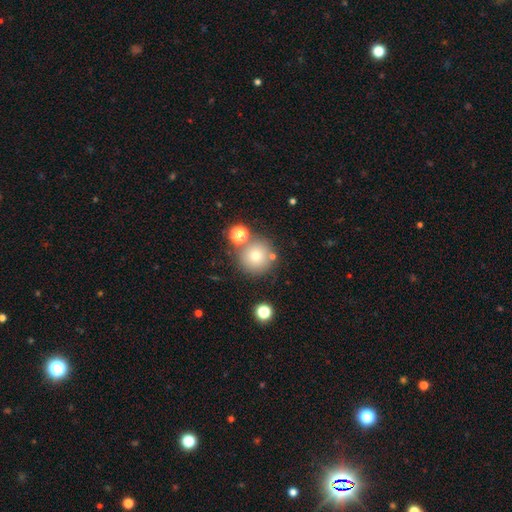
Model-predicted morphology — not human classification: Q: Smooth or featured?
A: smooth (73%); runner-up: star or artifact (14%)
Q: How rounded?
A: round (95%); runner-up: in between (4%)
Q: Merging?
A: none (75%); runner-up: merger (12%)